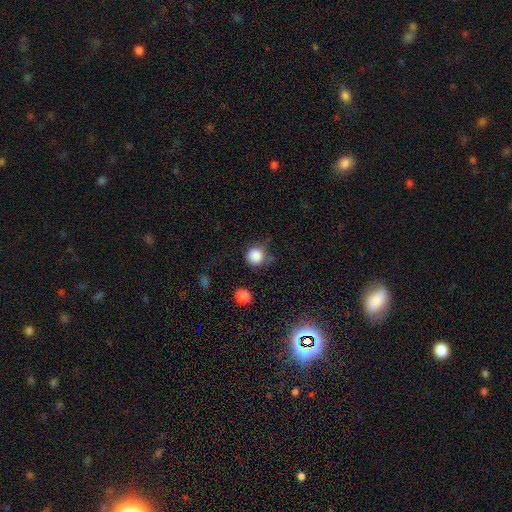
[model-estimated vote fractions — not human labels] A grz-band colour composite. It shows a smooth galaxy with no disk features (86%) that is round (93%). Merging: none (67%).